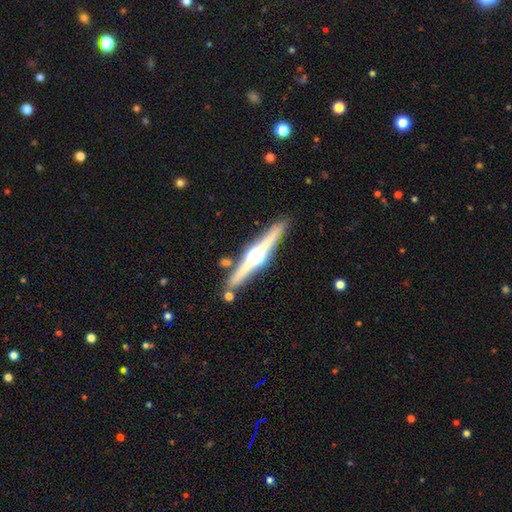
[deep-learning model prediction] This is clearly a featured or disk galaxy (80%). It is clearly viewed edge-on (98%). Edge-on bulge: clearly rounded (95%). Merging: clearly none (84%).